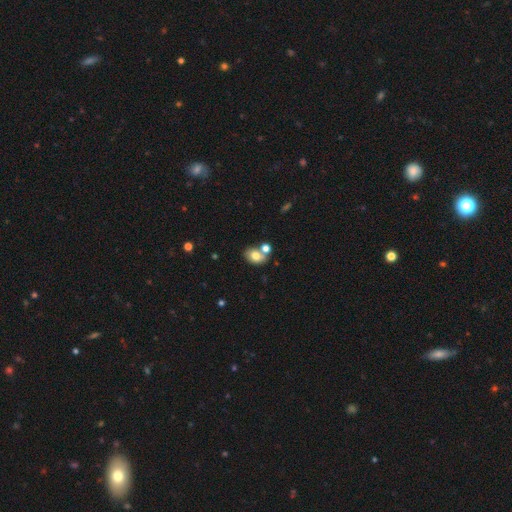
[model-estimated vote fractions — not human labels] Morphology: type=smooth (74%); roundness=in between (69%); merging=none (50%).